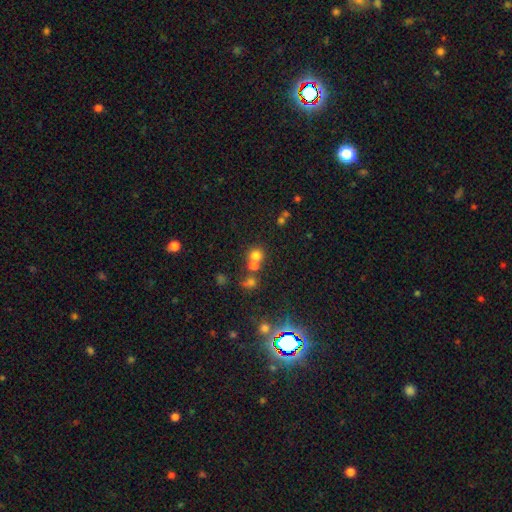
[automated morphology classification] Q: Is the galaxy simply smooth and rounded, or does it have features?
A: smooth — 69%.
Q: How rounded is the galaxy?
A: round — 84%.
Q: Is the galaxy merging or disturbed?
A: none — 49%.